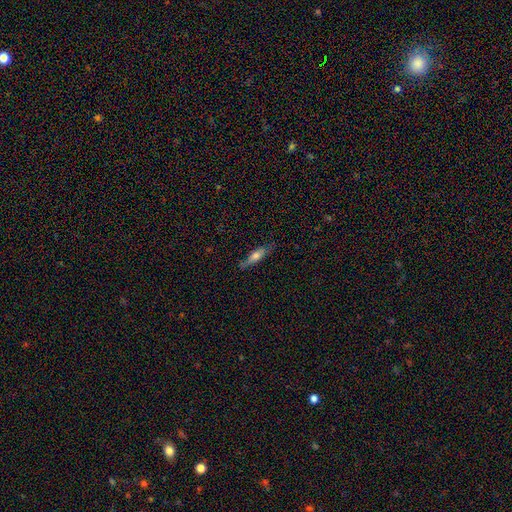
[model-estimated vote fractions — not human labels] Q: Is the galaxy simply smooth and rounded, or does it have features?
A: smooth — 50%.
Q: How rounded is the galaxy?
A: cigar-shaped — 75%.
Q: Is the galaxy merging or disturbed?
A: none — 77%.